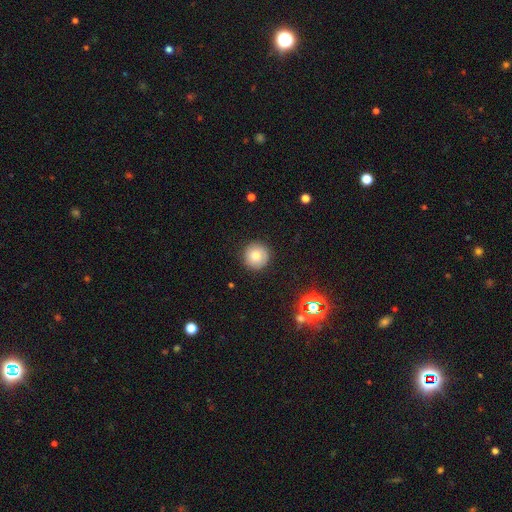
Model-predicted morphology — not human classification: This is likely a smooth galaxy (73%). How rounded: clearly round (96%). Merging: clearly none (90%).